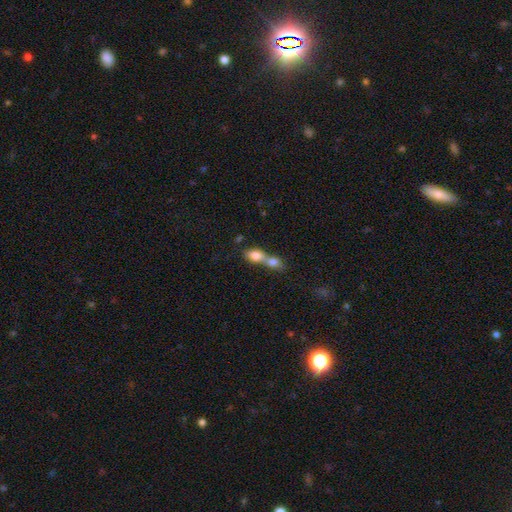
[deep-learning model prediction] Smooth or featured? Predicted: smooth (p=0.77). How rounded? Predicted: in between (p=0.72). Merging? Predicted: merger (p=0.78).